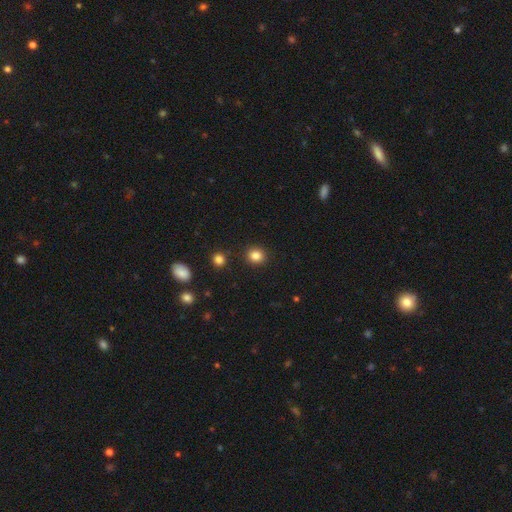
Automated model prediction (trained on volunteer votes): A smooth galaxy with no disk features (83%) that is round (84%). Merging: none (90%).